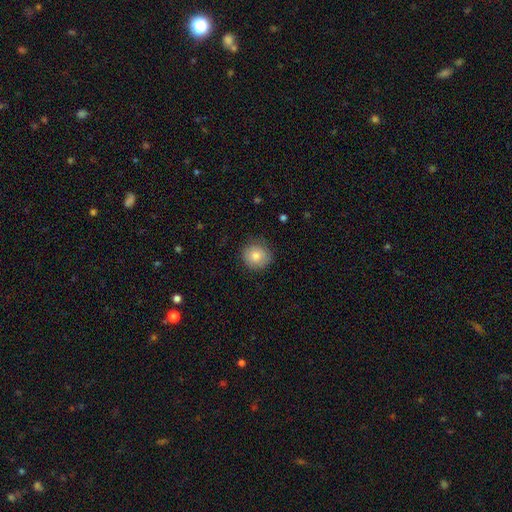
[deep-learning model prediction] smooth 80%, featured or disk 12%, star or artifact 9%. Down the decision tree: how rounded — round (89%); merging — none (83%).